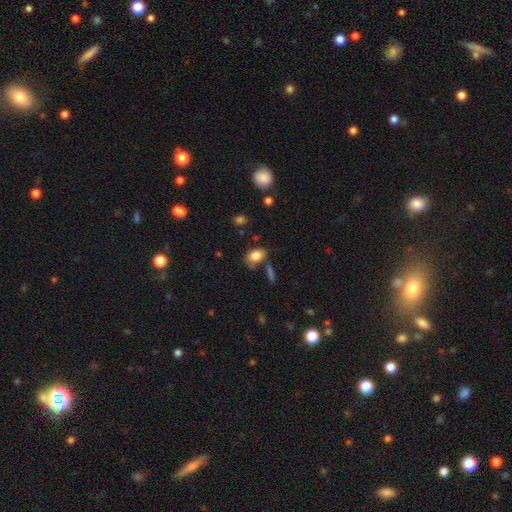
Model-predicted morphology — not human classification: Smooth or featured? smooth (83%)
How rounded? in between (87%)
Merging? none (65%)